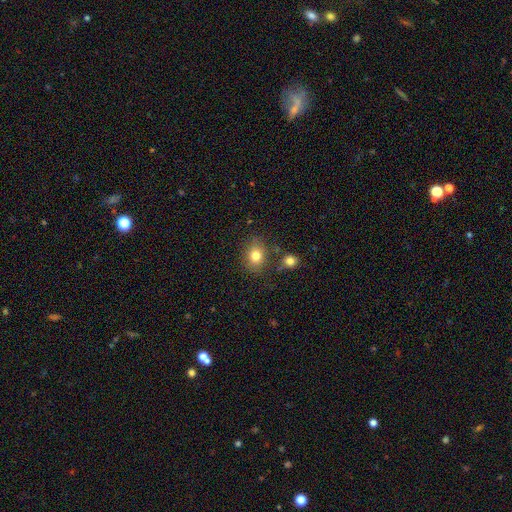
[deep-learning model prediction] smooth-or-featured: smooth: 80% | star or artifact: 12% | featured or disk: 8%
  how-rounded: round: 56% | in between: 43% | cigar-shaped: 1%
  merging: none: 76% | minor disturbance: 13% | merger: 7% | major disturbance: 4%